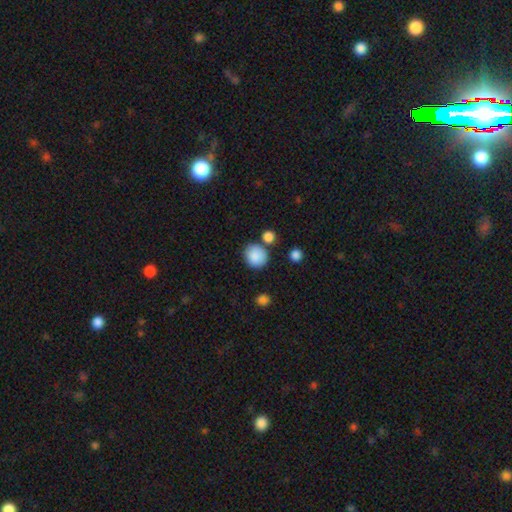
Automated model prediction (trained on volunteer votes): smooth 87%, star or artifact 8%, featured or disk 5%. Down the decision tree: how rounded — round (84%); merging — none (73%).